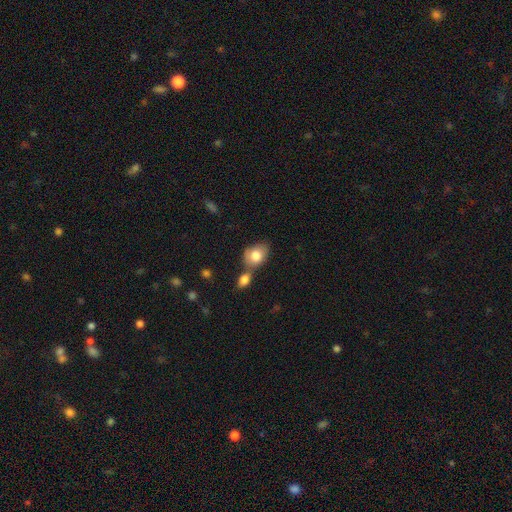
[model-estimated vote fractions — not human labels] Morphology: type=smooth (79%); roundness=in between (76%); merging=none (42%).